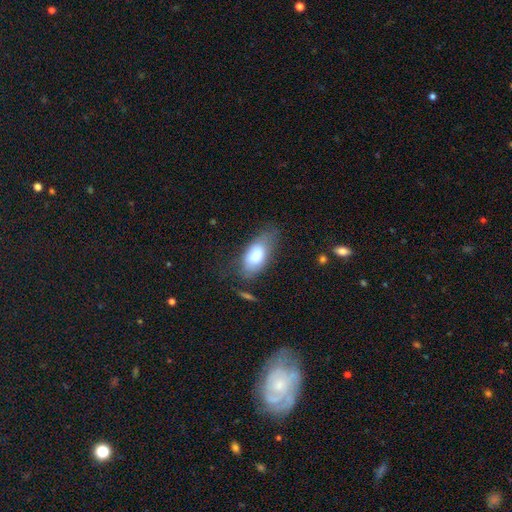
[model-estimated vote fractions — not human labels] This is likely a smooth galaxy (78%). How rounded: clearly in between (90%). Merging: possibly none (54%).